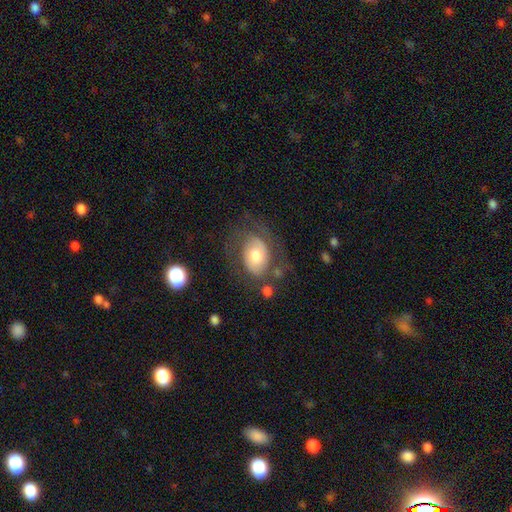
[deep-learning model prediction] A featured or disk galaxy (49%).

Vote fractions:
- Smooth or featured? featured or disk: 49% / smooth: 43% / star or artifact: 8%
- Merging? none: 57% / minor disturbance: 20% / major disturbance: 19% / merger: 3%